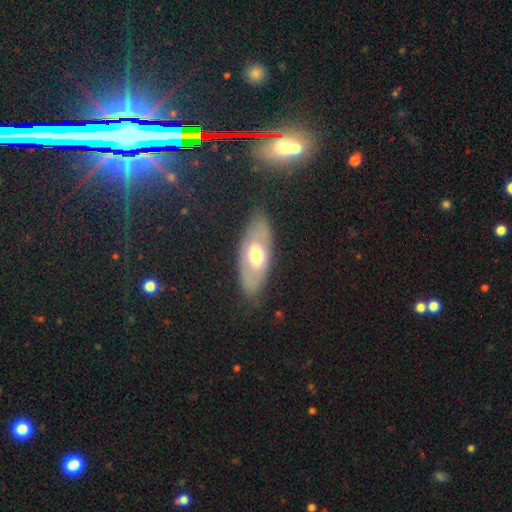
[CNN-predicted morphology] type=featured or disk (48%); merging=none (79%).